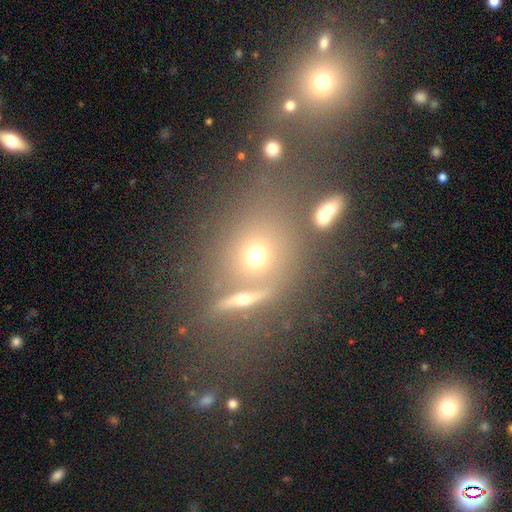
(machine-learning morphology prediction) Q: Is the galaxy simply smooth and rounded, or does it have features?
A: smooth — 52%.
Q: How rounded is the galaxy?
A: round — 69%.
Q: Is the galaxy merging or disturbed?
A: none — 54%.